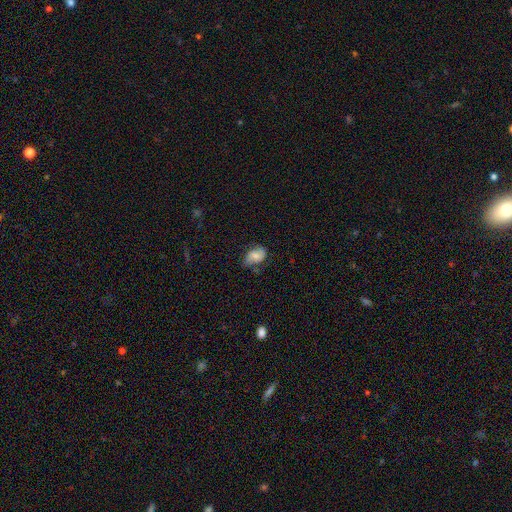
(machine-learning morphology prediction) A smooth galaxy with no disk features (52%) that is in between round and cigar-shaped (80%).

Vote fractions:
- Smooth or featured? smooth: 52% / featured or disk: 39% / star or artifact: 9%
- How rounded? in between: 80% / round: 18% / cigar-shaped: 2%
- Merging? none: 56% / minor disturbance: 31% / major disturbance: 11% / merger: 2%